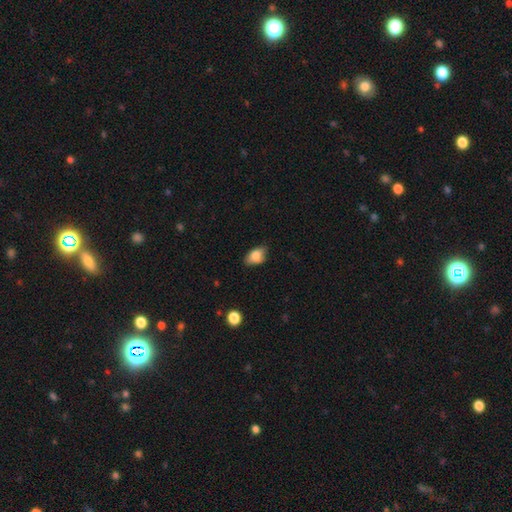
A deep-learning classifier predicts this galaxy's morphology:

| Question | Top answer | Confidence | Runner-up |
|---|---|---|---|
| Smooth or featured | smooth | 82% | featured or disk (10%) |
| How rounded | in between | 86% | round (12%) |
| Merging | none | 65% | minor disturbance (29%) |